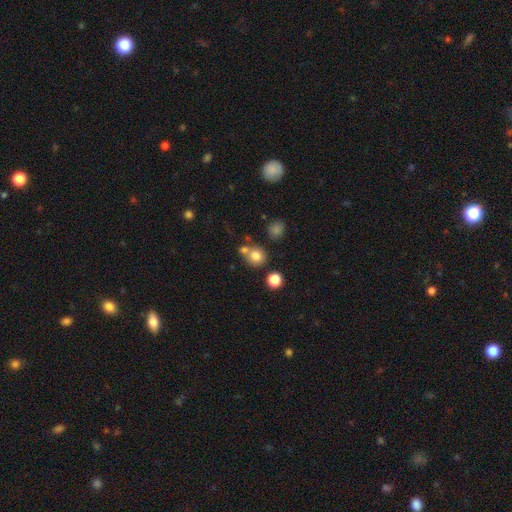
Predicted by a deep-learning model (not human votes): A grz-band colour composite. It shows a smooth galaxy with no disk features (78%) that is round (86%). Merging: none (62%).